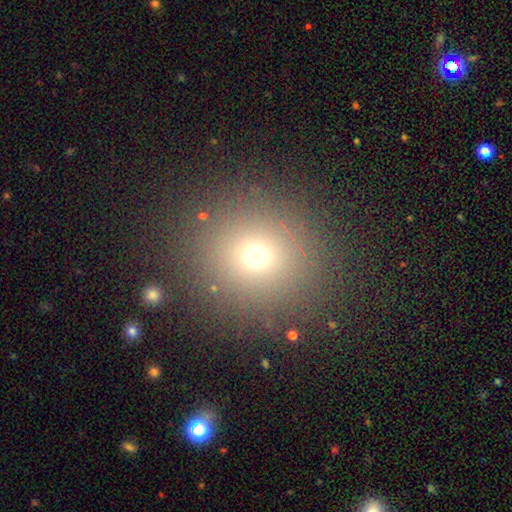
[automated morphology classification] Overall: smooth (69%). How rounded: round (89%). Merging: none (88%).